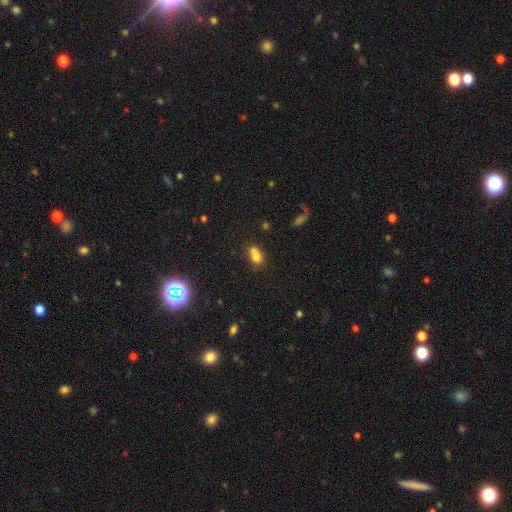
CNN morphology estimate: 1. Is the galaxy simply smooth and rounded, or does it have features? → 71% smooth, 14% star or artifact, 14% featured or disk.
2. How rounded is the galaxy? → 64% in between, 33% round, 3% cigar-shaped.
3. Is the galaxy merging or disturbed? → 46% merger, 33% none, 14% minor disturbance, 6% major disturbance.